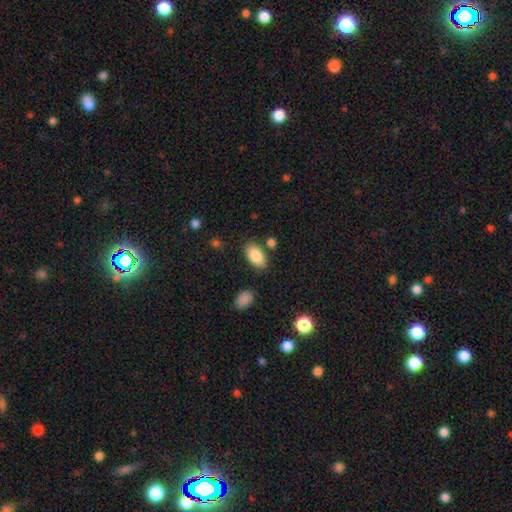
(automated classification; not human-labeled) This is clearly a smooth galaxy (86%). How rounded: clearly in between (94%). Merging: likely none (80%).